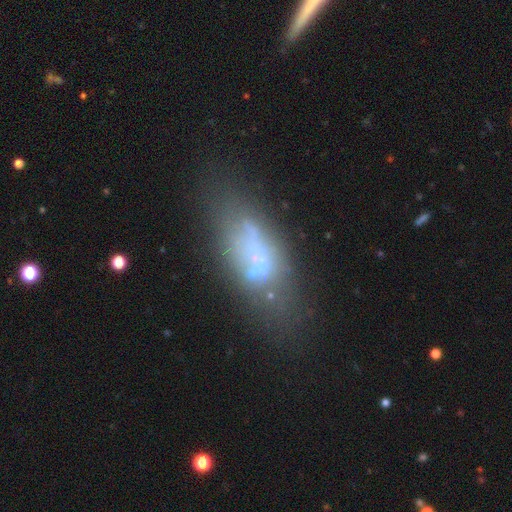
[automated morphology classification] This is possibly a featured or disk galaxy (49%). Merging: possibly none (47%).